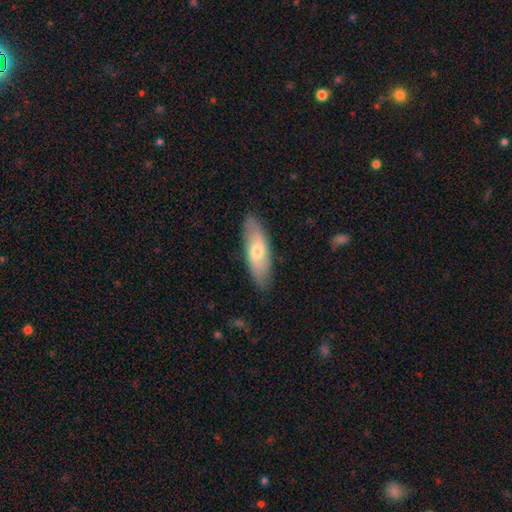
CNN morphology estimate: This is possibly a smooth galaxy (52%). How rounded: possibly in between (59%). Merging: clearly none (84%).